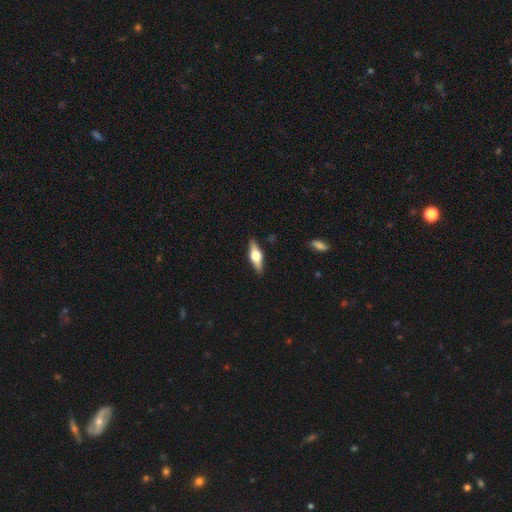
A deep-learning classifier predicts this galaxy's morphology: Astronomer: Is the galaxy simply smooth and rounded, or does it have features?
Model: featured or disk — 57% (runner-up: smooth, 37%).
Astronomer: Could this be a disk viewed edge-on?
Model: yes — 94%.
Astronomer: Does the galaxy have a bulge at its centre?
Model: rounded — 93%.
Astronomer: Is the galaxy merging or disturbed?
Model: none — 88%.